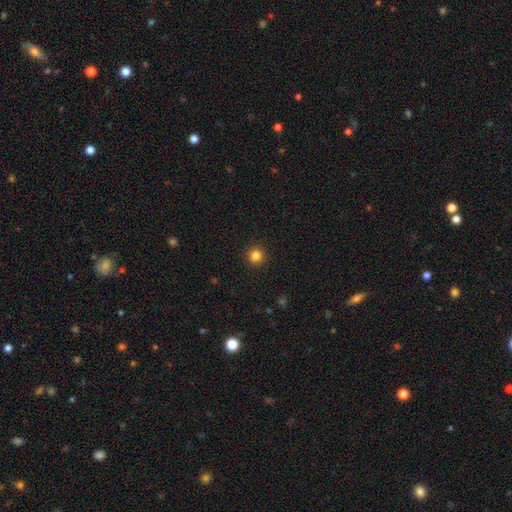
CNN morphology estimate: Q: Smooth or featured?
A: smooth (84%); runner-up: star or artifact (12%)
Q: How rounded?
A: round (94%); runner-up: in between (5%)
Q: Merging?
A: none (93%); runner-up: minor disturbance (5%)